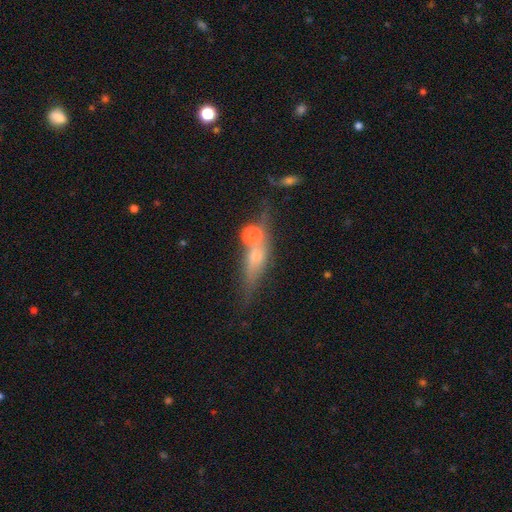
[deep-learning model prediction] smooth-or-featured: featured or disk: 46% | smooth: 39% | star or artifact: 15%
  merging: none: 52% | merger: 21% | minor disturbance: 17% | major disturbance: 11%